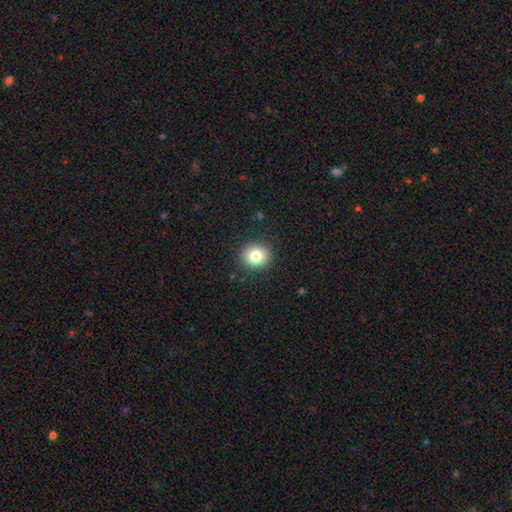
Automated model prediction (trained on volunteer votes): This appears to be a smooth galaxy with no disk features (81%) that is round (79%). Merging: none (89%).